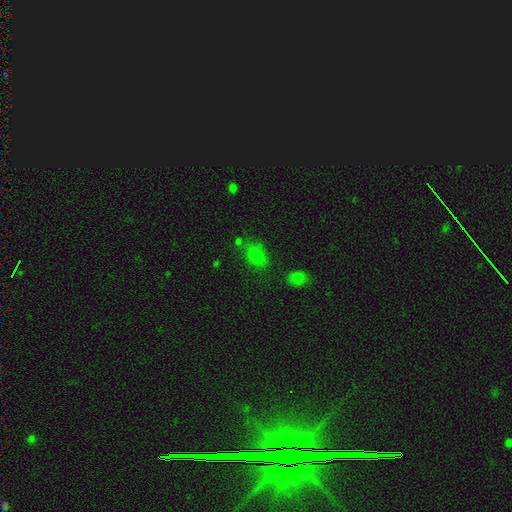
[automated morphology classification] Smooth or featured: smooth — 71% (star or artifact — 21%)
How rounded: in between — 69% (round — 29%)
Merging: none — 69% (minor disturbance — 17%)